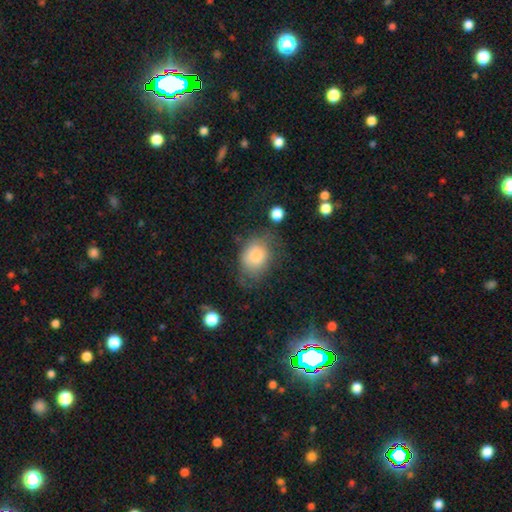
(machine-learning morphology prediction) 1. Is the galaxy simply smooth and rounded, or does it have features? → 77% smooth, 13% featured or disk, 10% star or artifact.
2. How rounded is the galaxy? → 63% in between, 36% round, 1% cigar-shaped.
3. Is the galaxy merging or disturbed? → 48% none, 31% minor disturbance, 18% major disturbance, 3% merger.